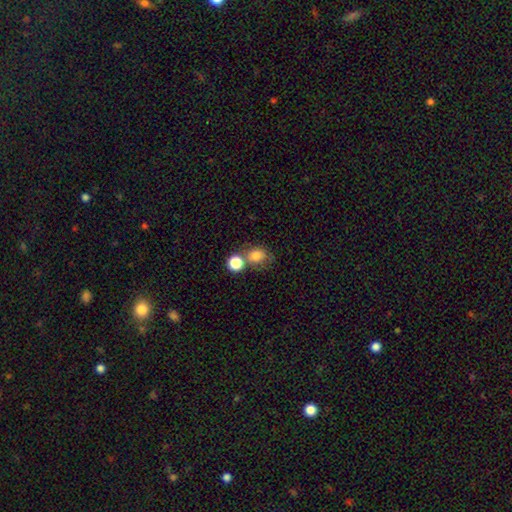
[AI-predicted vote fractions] This appears to be a smooth galaxy with no disk features (77%) that is round (70%). Merging: none (49%).